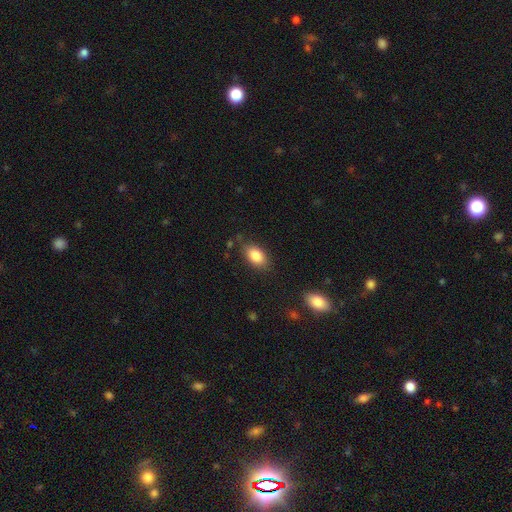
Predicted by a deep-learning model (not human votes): Q: Smooth or featured?
A: smooth (84%); runner-up: star or artifact (8%)
Q: How rounded?
A: in between (88%); runner-up: round (10%)
Q: Merging?
A: none (80%); runner-up: minor disturbance (14%)